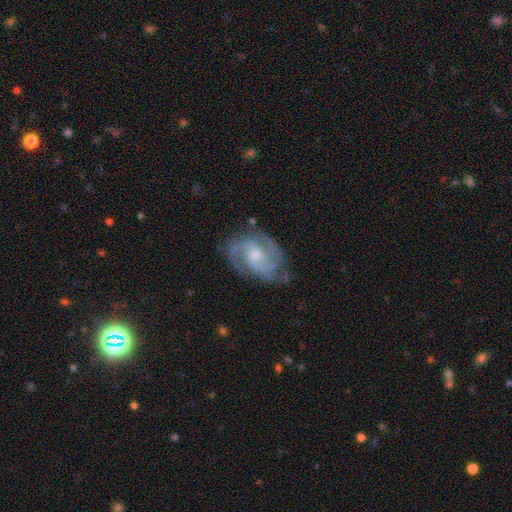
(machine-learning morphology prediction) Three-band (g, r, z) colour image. It shows a featured or disk galaxy (87%) with no bar (55%), 3 (37%) medium (52%) spiral arms (97%) and a moderate central bulge (45%). Merging: none (72%).